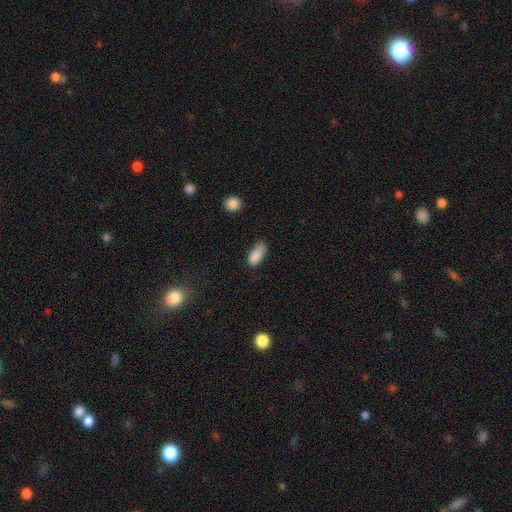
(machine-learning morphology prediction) Smooth or featured? Predicted: smooth (p=0.86). How rounded? Predicted: in between (p=0.88). Merging? Predicted: none (p=0.47).